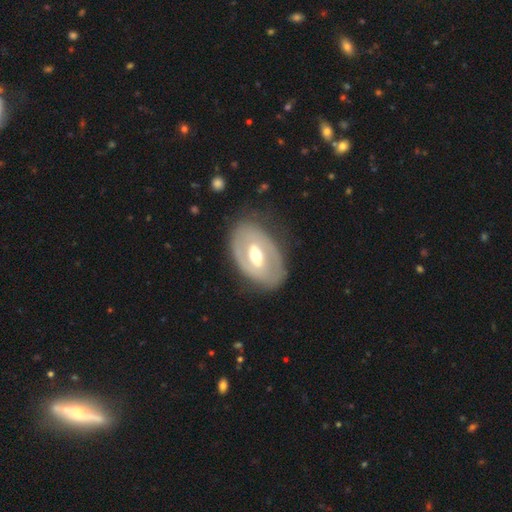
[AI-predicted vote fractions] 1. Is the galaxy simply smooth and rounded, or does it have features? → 68% featured or disk, 27% smooth, 5% star or artifact.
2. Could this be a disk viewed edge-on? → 92% no, 8% yes.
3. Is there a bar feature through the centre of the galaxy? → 38% weak, 32% no, 30% strong.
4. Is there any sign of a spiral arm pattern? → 62% no, 38% yes.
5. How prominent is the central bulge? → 71% moderate, 15% small, 12% large, 1% dominant, 1% none.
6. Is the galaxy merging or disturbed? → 75% none, 17% minor disturbance, 7% major disturbance, 2% merger.